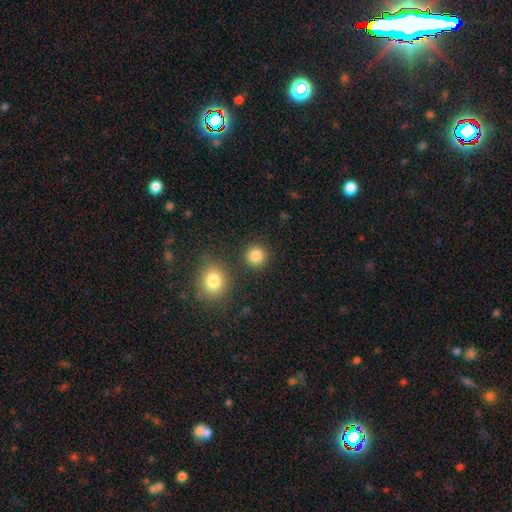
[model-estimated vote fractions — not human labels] Smooth or featured? smooth (85%)
How rounded? round (92%)
Merging? none (87%)